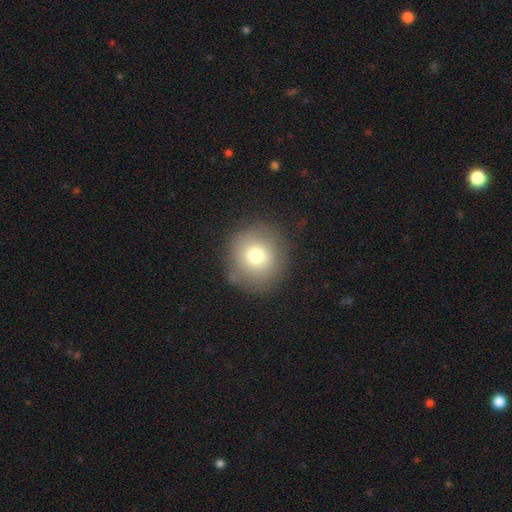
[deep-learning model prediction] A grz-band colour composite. It shows a smooth galaxy with no disk features (75%) that is round (91%). Merging: none (82%).